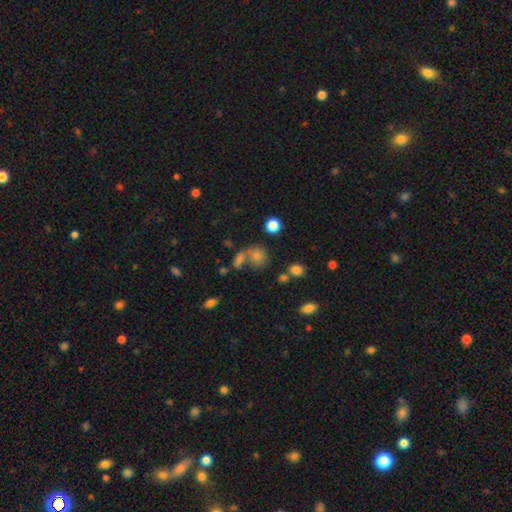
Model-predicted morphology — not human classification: A smooth galaxy with no disk features (72%) that is round (68%). Merging: none (42%).